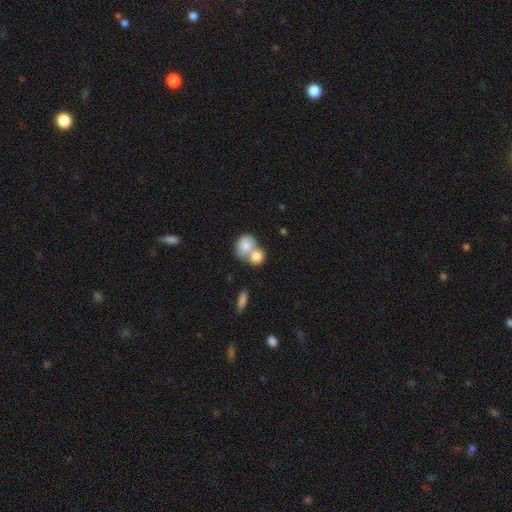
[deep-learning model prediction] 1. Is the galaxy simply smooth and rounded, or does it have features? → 79% smooth, 14% featured or disk, 7% star or artifact.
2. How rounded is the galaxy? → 61% round, 38% in between, 1% cigar-shaped.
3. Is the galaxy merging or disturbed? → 68% merger, 22% none, 6% minor disturbance, 3% major disturbance.